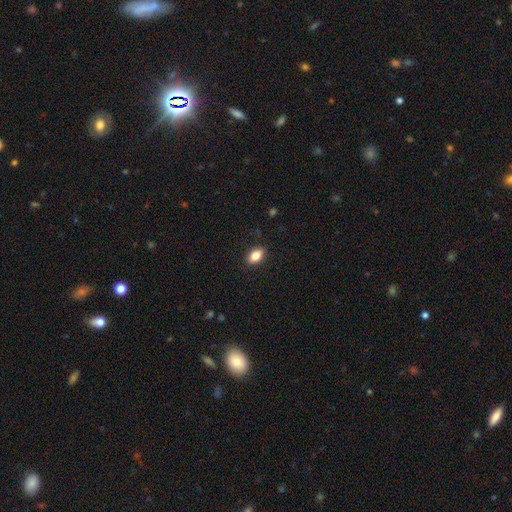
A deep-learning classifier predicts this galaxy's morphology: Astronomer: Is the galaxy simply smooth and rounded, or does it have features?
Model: smooth — 83%.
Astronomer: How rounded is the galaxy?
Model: in between — 87%.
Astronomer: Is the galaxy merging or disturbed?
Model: none — 88%.